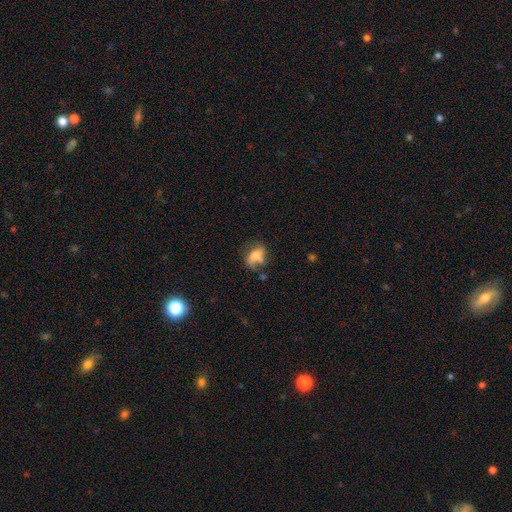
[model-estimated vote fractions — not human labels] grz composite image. It shows a smooth galaxy with no disk features (56%) that is in between round and cigar-shaped (71%). Merging: none (48%).